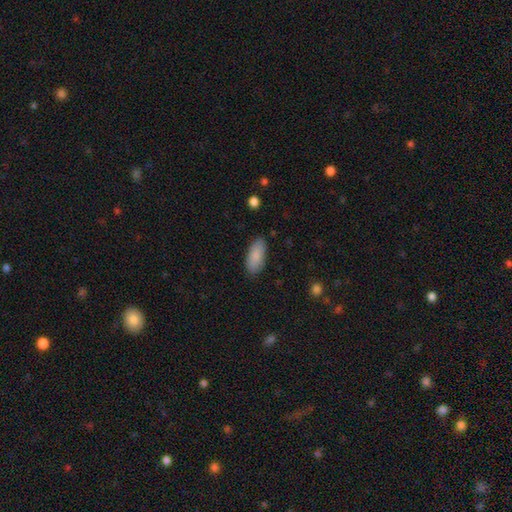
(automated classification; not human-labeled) smooth 88%, star or artifact 6%, featured or disk 6%. Down the decision tree: how rounded — in between (87%); merging — none (86%).